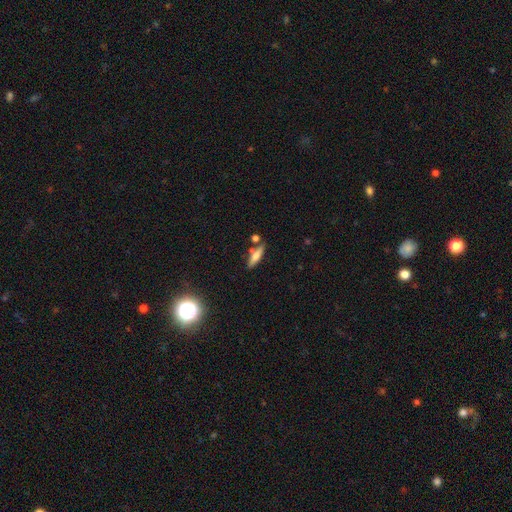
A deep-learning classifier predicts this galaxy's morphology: smooth-or-featured: smooth: 60% | featured or disk: 32% | star or artifact: 9%
  how-rounded: cigar-shaped: 64% | in between: 34% | round: 3%
  merging: none: 74% | minor disturbance: 12% | merger: 11% | major disturbance: 3%